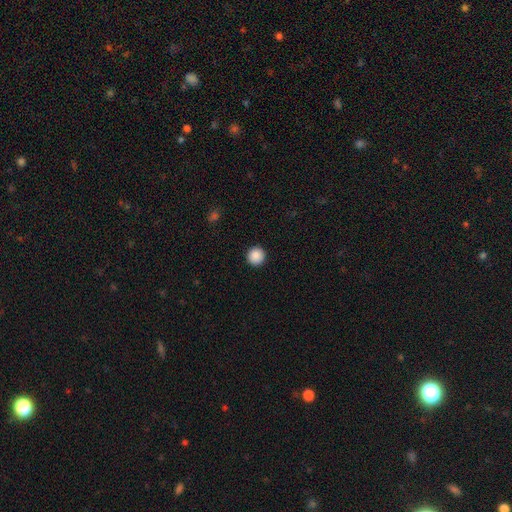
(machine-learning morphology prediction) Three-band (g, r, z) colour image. It shows a smooth galaxy with no disk features (89%) that is round (96%). Merging: none (93%).